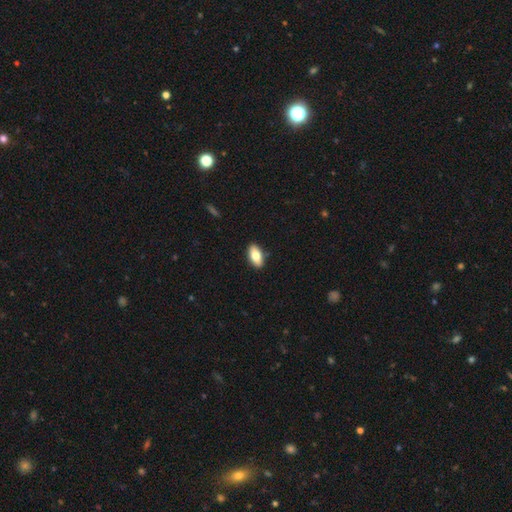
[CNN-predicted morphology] Smooth or featured: smooth — 77% (featured or disk — 16%)
How rounded: in between — 89% (cigar-shaped — 7%)
Merging: none — 89% (minor disturbance — 8%)